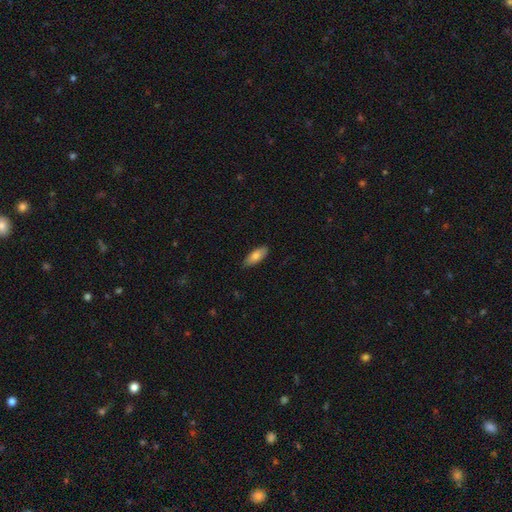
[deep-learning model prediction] Overall: smooth (78%). How rounded: in between (73%). Merging: none (86%).